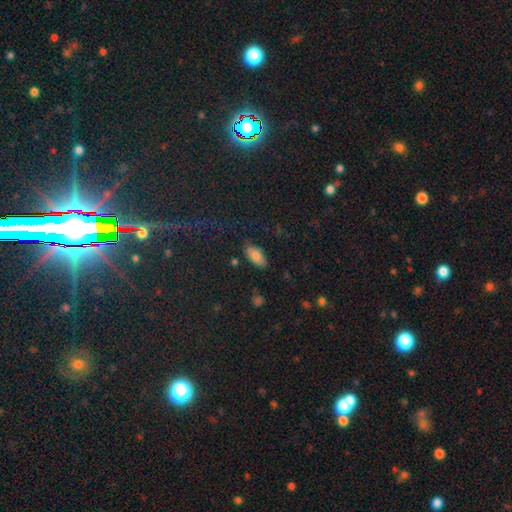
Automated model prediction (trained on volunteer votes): Smooth or featured? smooth (82%)
How rounded? in between (90%)
Merging? none (81%)